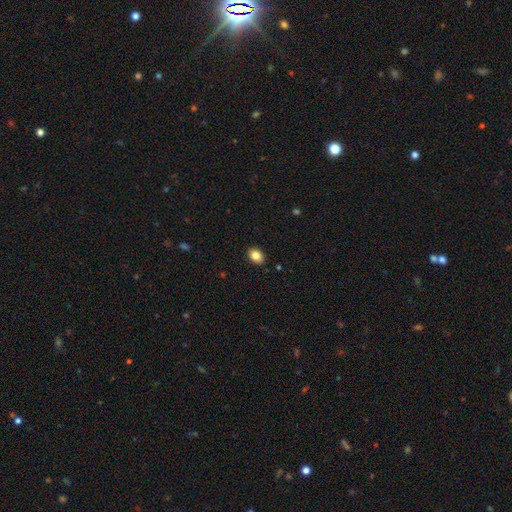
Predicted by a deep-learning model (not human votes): The model was most divided on "how rounded": in between: 68%, round: 31%, cigar-shaped: 1%. More confident: merging — none (90%); smooth or featured — smooth (83%).